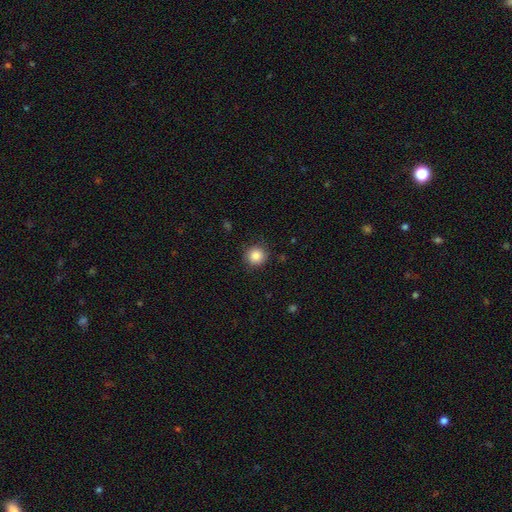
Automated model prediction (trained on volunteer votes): A smooth galaxy with no disk features (86%) that is round (93%). Merging: none (86%).